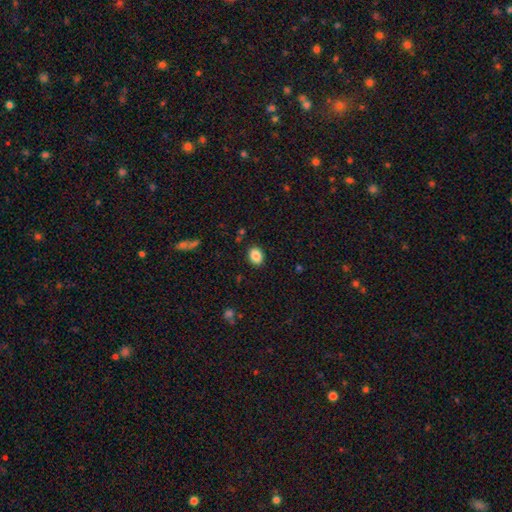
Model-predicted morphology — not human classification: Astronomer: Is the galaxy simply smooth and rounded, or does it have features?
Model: smooth — 87%.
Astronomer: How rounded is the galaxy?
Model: in between — 61% (runner-up: round, 38%).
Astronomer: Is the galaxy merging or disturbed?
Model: none — 89%.